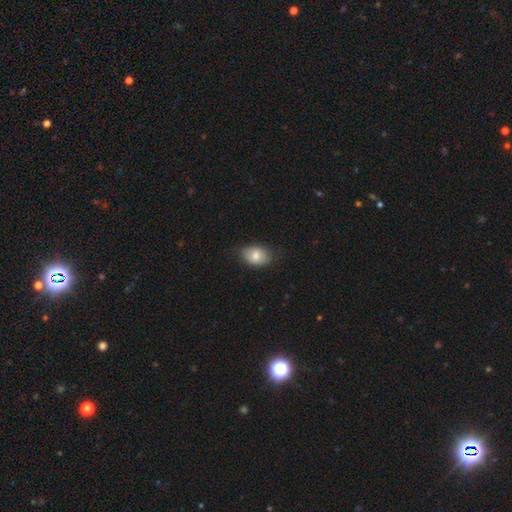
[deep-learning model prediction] This appears to be a smooth galaxy with no disk features (80%) that is in between round and cigar-shaped (82%). Merging: none (79%).